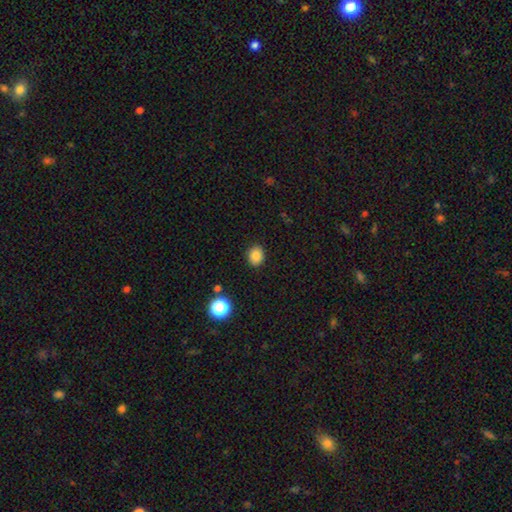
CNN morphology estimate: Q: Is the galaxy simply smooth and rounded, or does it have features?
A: smooth — 85%.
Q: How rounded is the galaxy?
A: round — 61%.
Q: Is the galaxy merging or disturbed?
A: none — 89%.